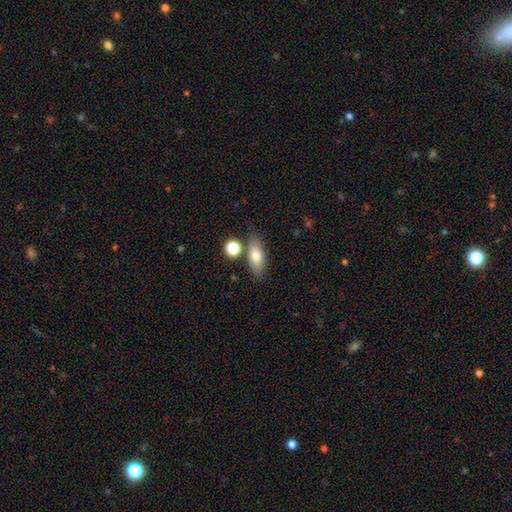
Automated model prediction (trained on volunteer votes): Smooth or featured: smooth — 73% (featured or disk — 19%)
How rounded: in between — 71% (cigar-shaped — 22%)
Merging: none — 75% (minor disturbance — 12%)